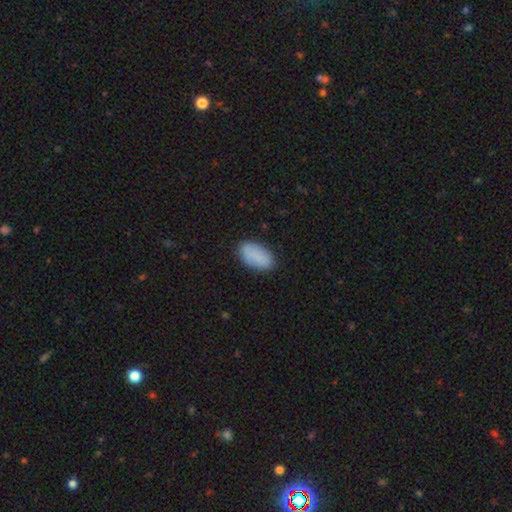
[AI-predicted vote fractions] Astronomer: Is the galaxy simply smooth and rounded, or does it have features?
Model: smooth — 87%.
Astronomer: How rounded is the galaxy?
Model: in between — 94%.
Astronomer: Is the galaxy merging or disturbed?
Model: none — 83%.